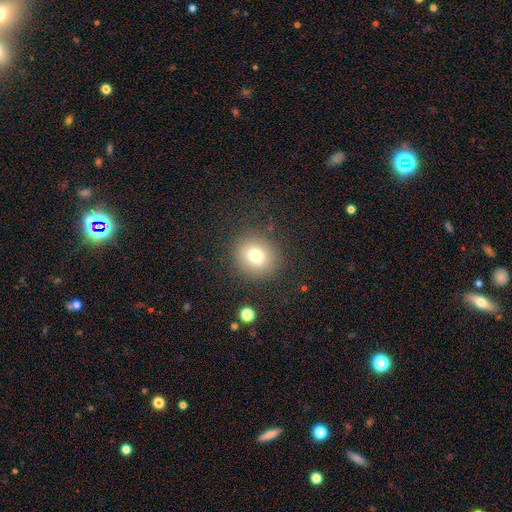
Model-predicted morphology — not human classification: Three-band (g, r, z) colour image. It shows a smooth galaxy with no disk features (75%) that is round (85%). Merging: none (85%).